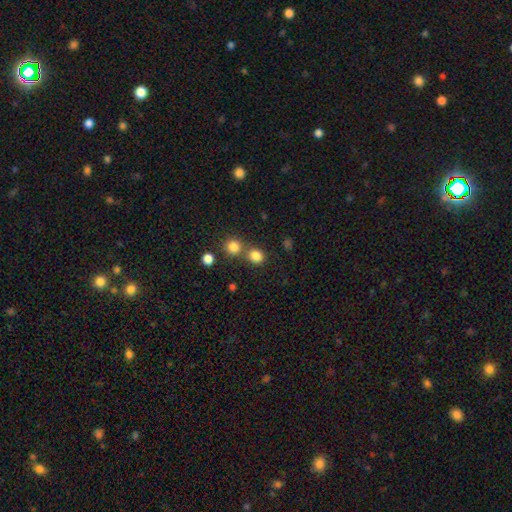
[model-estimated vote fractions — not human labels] Overall: smooth (82%). How rounded: round (85%). Merging: none (65%; merger 26%).